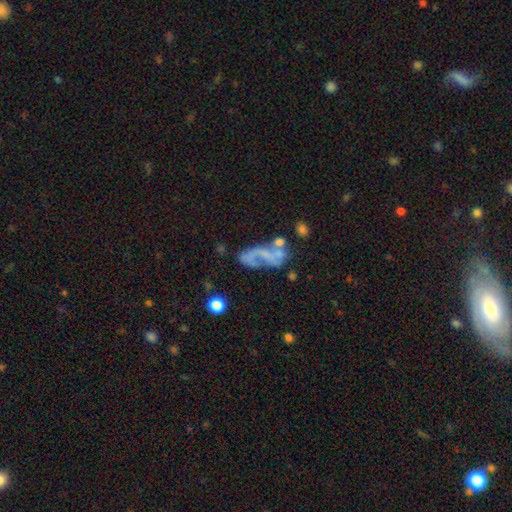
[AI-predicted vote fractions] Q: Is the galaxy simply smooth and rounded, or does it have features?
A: featured or disk — 62%.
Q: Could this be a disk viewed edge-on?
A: no — 94%.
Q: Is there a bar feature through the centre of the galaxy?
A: no — 65%.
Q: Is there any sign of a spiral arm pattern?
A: yes — 55%.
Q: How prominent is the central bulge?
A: none — 68%.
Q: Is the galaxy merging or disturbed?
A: none — 33%.